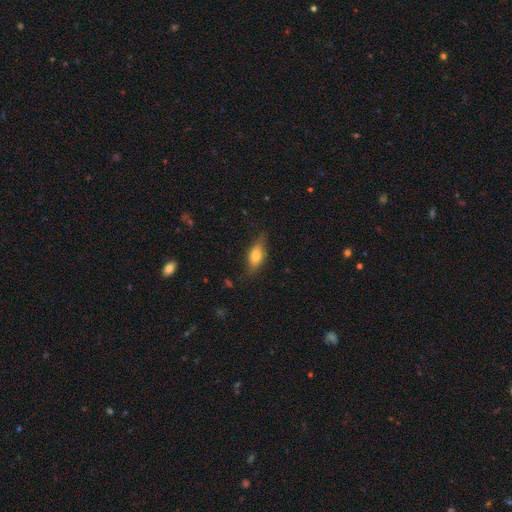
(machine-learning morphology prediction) A smooth galaxy with no disk features (66%) that is in between round and cigar-shaped (75%). Merging: none (75%).